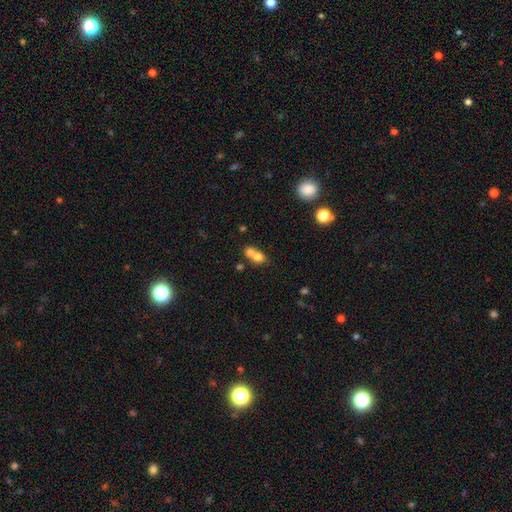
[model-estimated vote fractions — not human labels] smooth_or_featured: smooth (p=0.73) [alt: featured or disk p=0.15]
how_rounded: round (p=0.66) [alt: in between p=0.32]
merging: merger (p=0.65) [alt: none p=0.26]